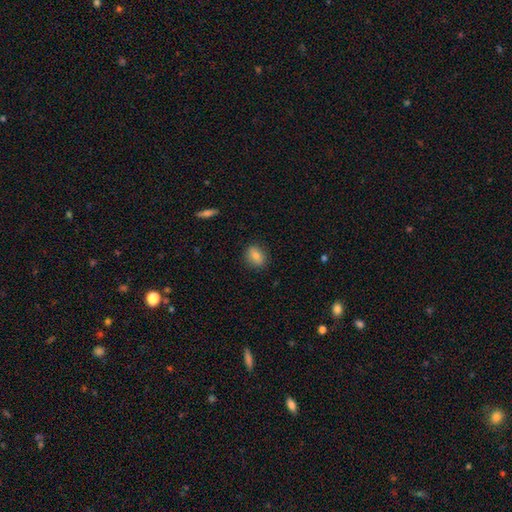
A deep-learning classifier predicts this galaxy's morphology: type=smooth (79%); roundness=in between (67%); merging=none (86%).